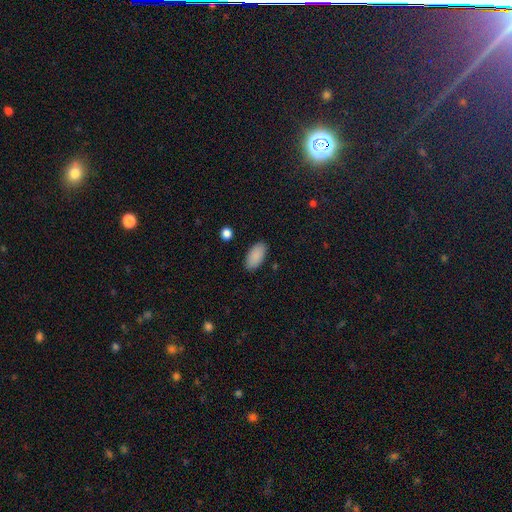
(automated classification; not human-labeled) Smooth or featured?
  - smooth: 90% *
  - star or artifact: 7%
  - featured or disk: 4%
How rounded?
  - in between: 94% *
  - cigar-shaped: 3%
  - round: 2%
Merging?
  - none: 88% *
  - minor disturbance: 8%
  - major disturbance: 2%
  - merger: 1%